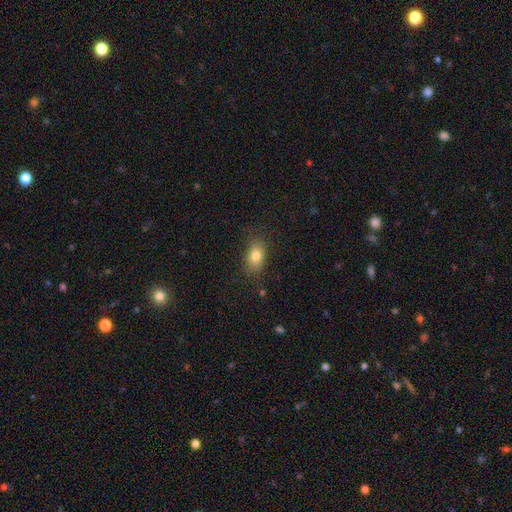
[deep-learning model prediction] This appears to be a smooth galaxy with no disk features (80%) that is in between round and cigar-shaped (82%). Merging: none (78%).